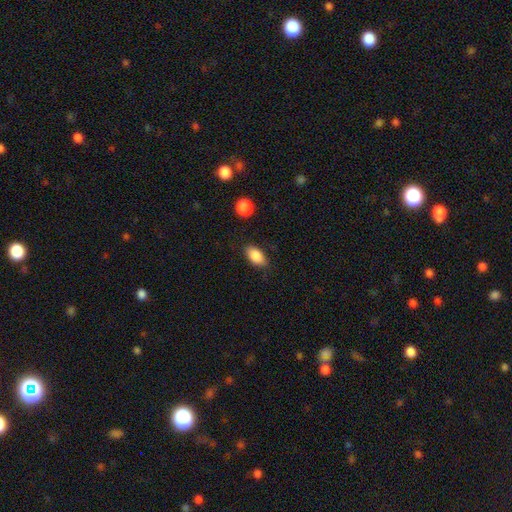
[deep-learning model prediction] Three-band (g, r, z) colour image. It shows a smooth galaxy with no disk features (86%) that is in between round and cigar-shaped (90%). Merging: none (82%).